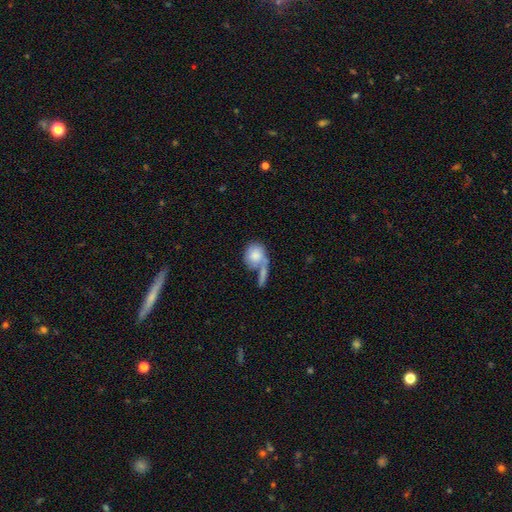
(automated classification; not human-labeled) The model was most divided on "how rounded": round: 52%, in between: 46%, cigar-shaped: 3%. Remaining: smooth or featured — smooth (74%); merging — merger (42%).